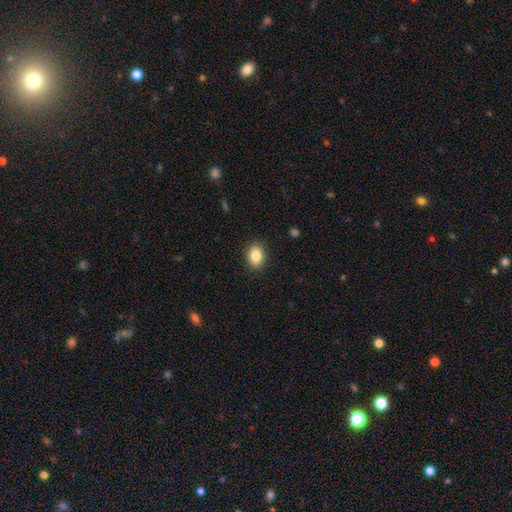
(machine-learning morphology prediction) Q: Smooth or featured?
A: smooth (85%); runner-up: star or artifact (8%)
Q: How rounded?
A: in between (71%); runner-up: round (28%)
Q: Merging?
A: none (88%); runner-up: minor disturbance (9%)